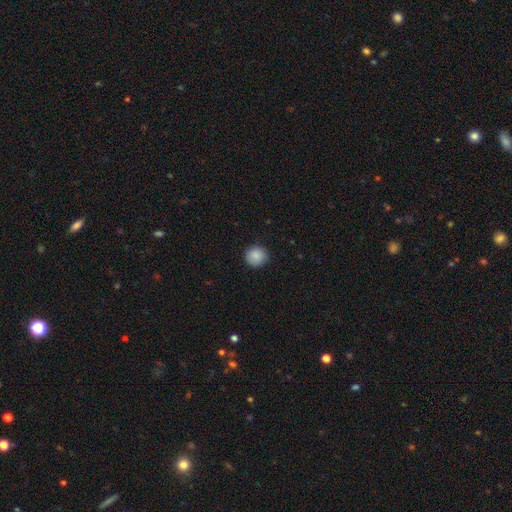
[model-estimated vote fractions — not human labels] The model was most divided on "smooth or featured": smooth: 89%, star or artifact: 8%, featured or disk: 4%. More confident: how rounded — round (92%); merging — none (89%).